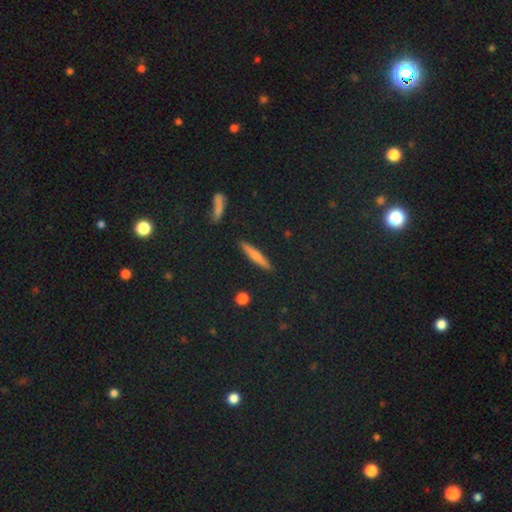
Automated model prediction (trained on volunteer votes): This is likely a smooth galaxy (65%). How rounded: clearly cigar-shaped (90%). Merging: clearly none (89%).